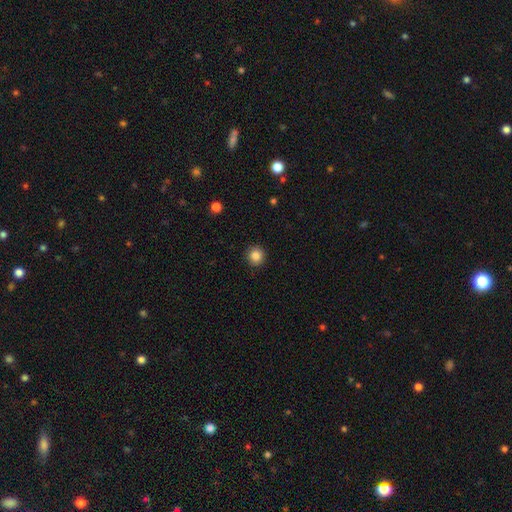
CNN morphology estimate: Smooth or featured: smooth — 85% (star or artifact — 10%)
How rounded: round — 93% (in between — 6%)
Merging: none — 92% (minor disturbance — 5%)